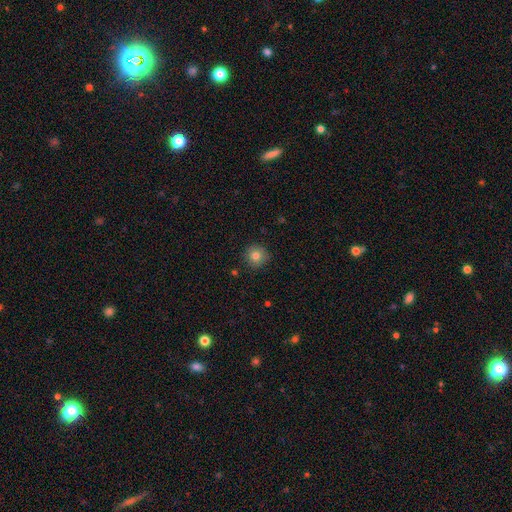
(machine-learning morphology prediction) Overall: smooth (79%). How rounded: round (94%). Merging: none (88%).